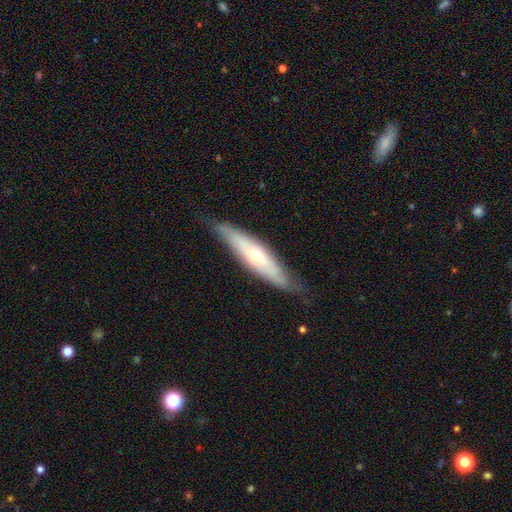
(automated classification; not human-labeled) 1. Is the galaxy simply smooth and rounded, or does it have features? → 55% featured or disk, 39% smooth, 6% star or artifact.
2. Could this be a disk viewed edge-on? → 62% yes, 38% no.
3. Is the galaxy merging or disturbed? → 78% none, 17% minor disturbance, 4% major disturbance, 1% merger.